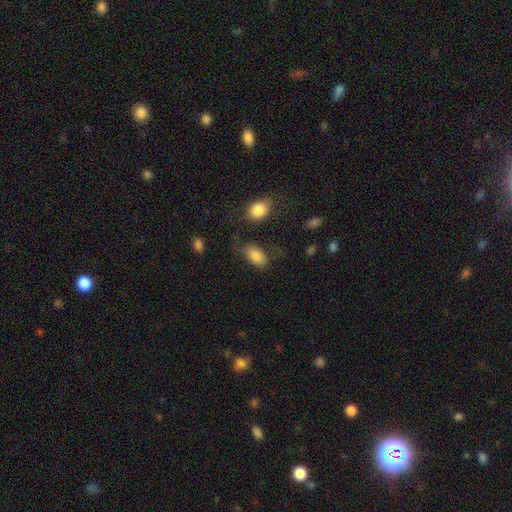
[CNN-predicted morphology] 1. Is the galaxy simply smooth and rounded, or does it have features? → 84% smooth, 8% star or artifact, 8% featured or disk.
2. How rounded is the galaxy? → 92% in between, 5% round, 2% cigar-shaped.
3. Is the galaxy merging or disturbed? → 58% none, 21% minor disturbance, 13% major disturbance, 7% merger.